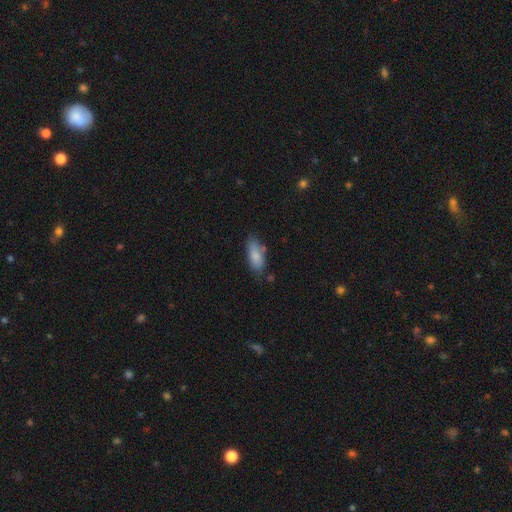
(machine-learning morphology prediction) Smooth or featured: smooth — 83% (featured or disk — 10%)
How rounded: in between — 77% (cigar-shaped — 21%)
Merging: none — 64% (minor disturbance — 24%)